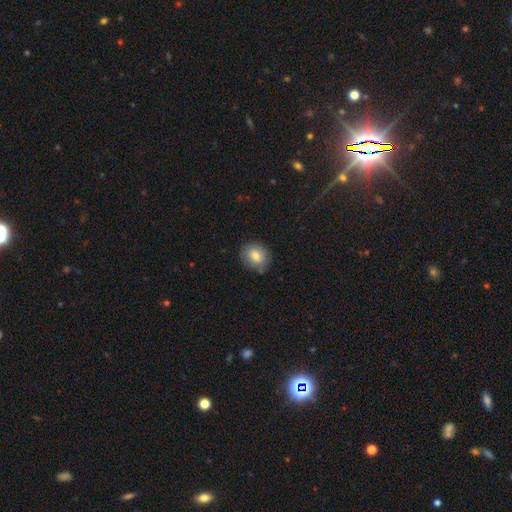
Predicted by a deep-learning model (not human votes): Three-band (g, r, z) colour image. It shows a smooth galaxy with no disk features (81%) that is round (68%). Merging: none (81%).